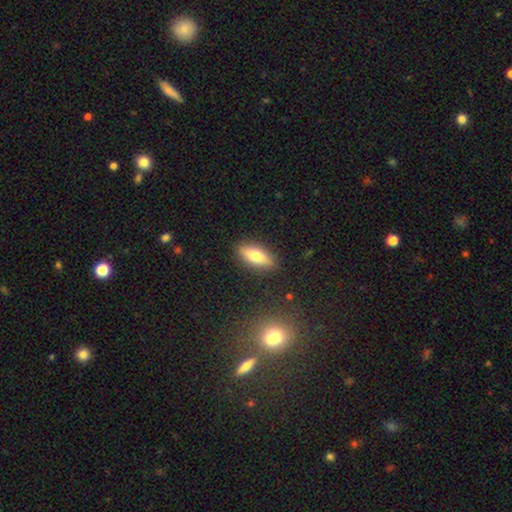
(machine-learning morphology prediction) Smooth or featured? Predicted: smooth (p=0.68). How rounded? Predicted: in between (p=0.67). Merging? Predicted: none (p=0.86).